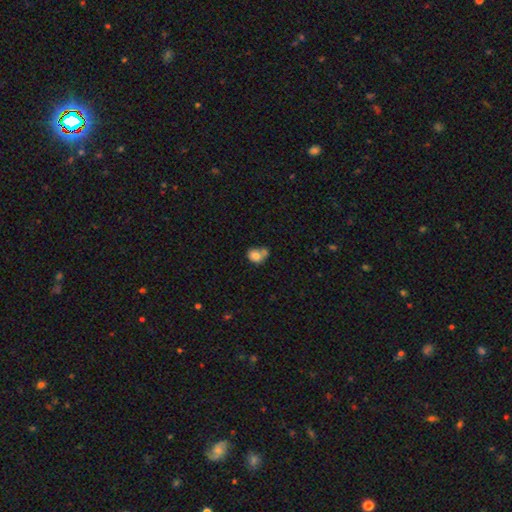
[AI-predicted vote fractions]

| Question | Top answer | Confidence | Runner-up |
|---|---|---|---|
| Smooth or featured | smooth | 77% | featured or disk (14%) |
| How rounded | round | 56% | in between (43%) |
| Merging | merger | 44% | none (34%) |